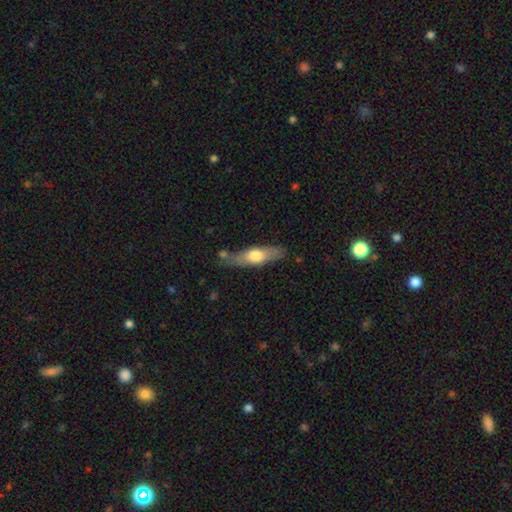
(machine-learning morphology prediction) The model was most divided on "how rounded": cigar-shaped: 54%, in between: 44%, round: 2%. More confident: merging — none (69%); smooth or featured — smooth (59%).